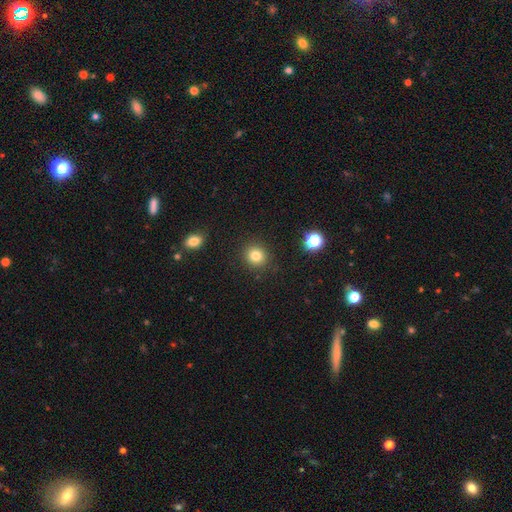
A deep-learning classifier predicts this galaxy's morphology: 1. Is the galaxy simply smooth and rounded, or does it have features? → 81% smooth, 12% star or artifact, 6% featured or disk.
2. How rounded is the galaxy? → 87% round, 12% in between, 1% cigar-shaped.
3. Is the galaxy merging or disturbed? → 89% none, 7% minor disturbance, 2% major disturbance, 2% merger.